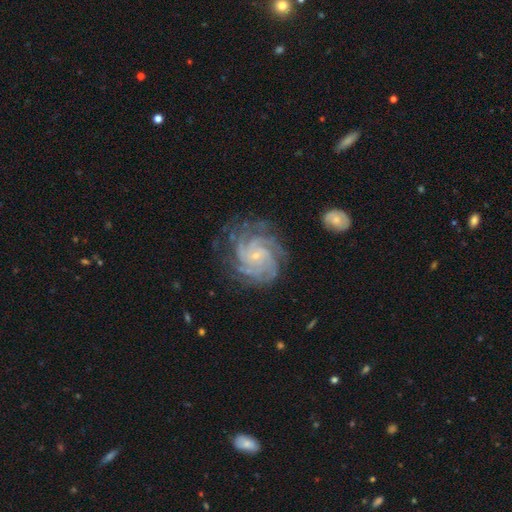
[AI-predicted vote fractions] Smooth or featured? Predicted: featured or disk (p=0.90). Edge-on disk? Predicted: no (p=0.98). Bar? Predicted: no (p=0.70). Spiral arms? Predicted: yes (p=0.98). Spiral winding? Predicted: tight (p=0.72). Spiral arm count? Predicted: 4 (p=0.35). Bulge size? Predicted: small (p=0.84). Merging? Predicted: none (p=0.74).